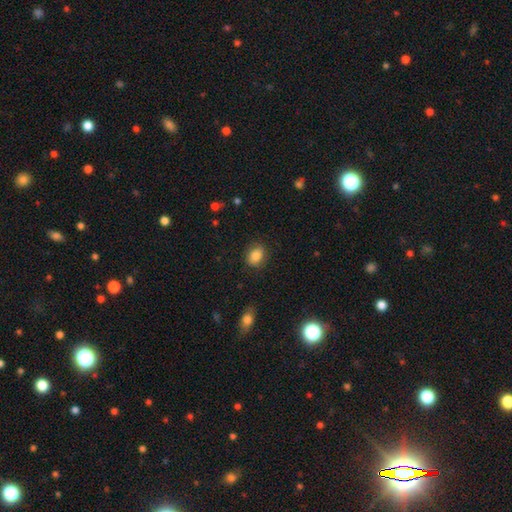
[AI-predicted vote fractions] Morphology: type=smooth (84%); roundness=in between (67%); merging=none (84%).